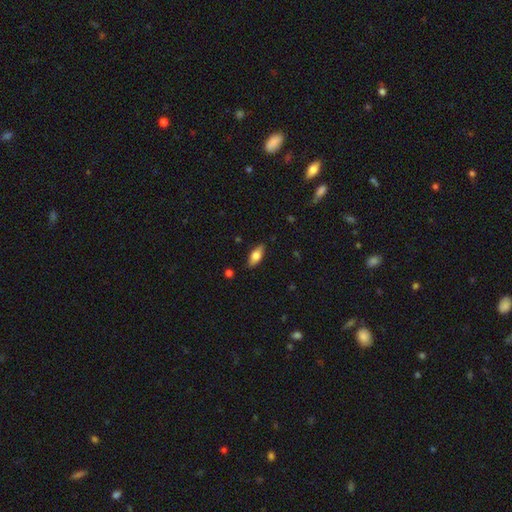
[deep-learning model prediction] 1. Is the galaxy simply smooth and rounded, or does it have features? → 72% smooth, 21% featured or disk, 7% star or artifact.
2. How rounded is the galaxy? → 80% in between, 18% cigar-shaped, 3% round.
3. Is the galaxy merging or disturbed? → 85% none, 11% minor disturbance, 2% major disturbance, 1% merger.